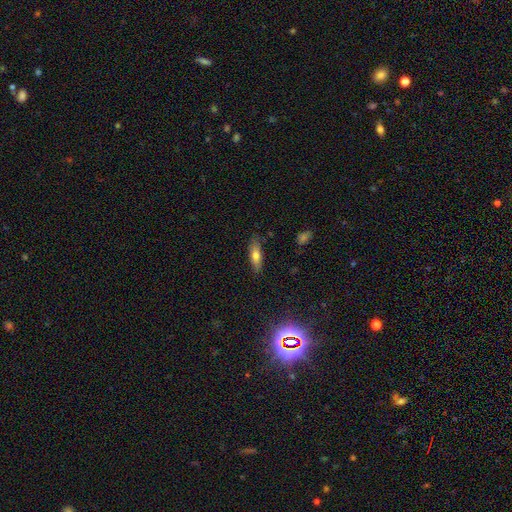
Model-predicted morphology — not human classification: Q: Smooth or featured?
A: smooth (68%); runner-up: featured or disk (24%)
Q: How rounded?
A: in between (51%); runner-up: cigar-shaped (46%)
Q: Merging?
A: none (82%); runner-up: minor disturbance (14%)